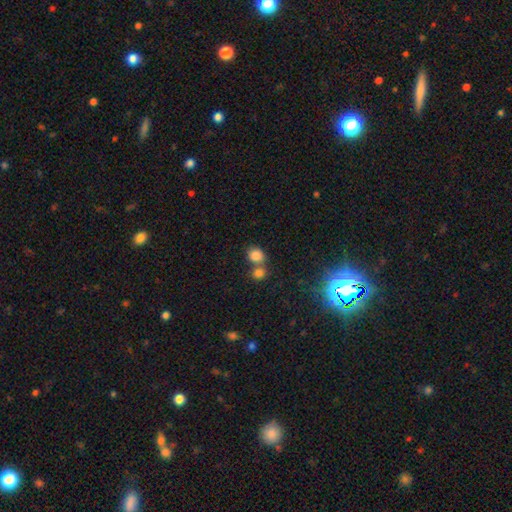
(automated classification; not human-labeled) Morphology: type=smooth (82%); roundness=round (68%); merging=none (45%).